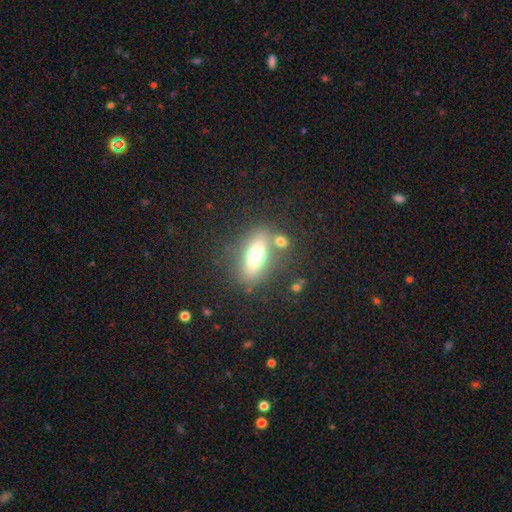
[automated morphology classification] This is possibly a smooth galaxy (57%). How rounded: likely in between (68%). Merging: likely none (70%).